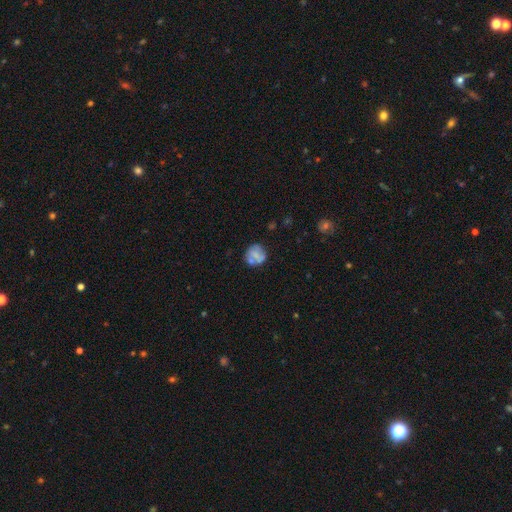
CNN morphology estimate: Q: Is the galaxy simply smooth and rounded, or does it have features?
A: smooth — 56%.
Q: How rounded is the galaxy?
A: round — 79%.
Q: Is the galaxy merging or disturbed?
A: none — 58%.